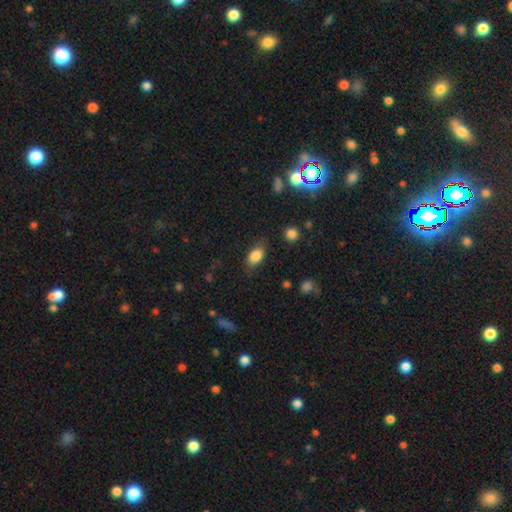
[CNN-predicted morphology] Overall: smooth (84%). How rounded: in between (84%). Merging: none (75%).